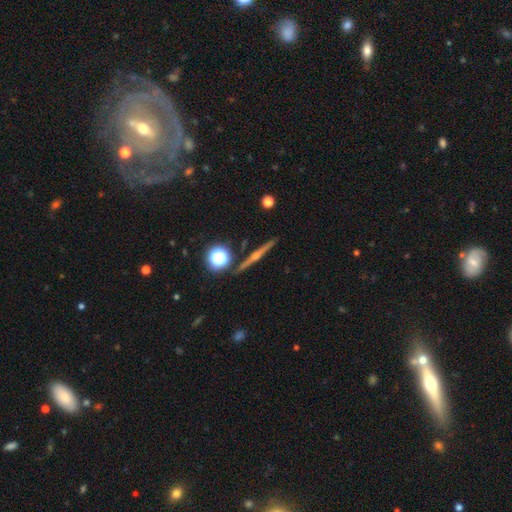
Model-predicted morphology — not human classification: Smooth or featured?
  - featured or disk: 77% *
  - smooth: 14%
  - star or artifact: 9%
Edge-on disk?
  - yes: 98% *
  - no: 2%
Edge-on bulge?
  - rounded: 86% *
  - none: 9%
  - boxy: 6%
Merging?
  - none: 91% *
  - minor disturbance: 5%
  - merger: 2%
  - major disturbance: 2%